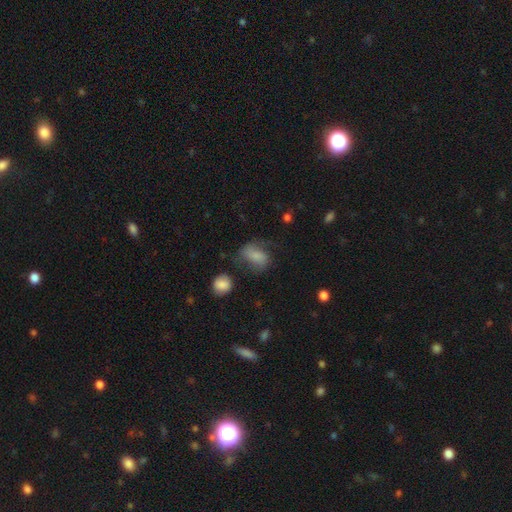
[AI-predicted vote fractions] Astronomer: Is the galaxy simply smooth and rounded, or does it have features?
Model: smooth — 57%.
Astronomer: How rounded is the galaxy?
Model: in between — 73%.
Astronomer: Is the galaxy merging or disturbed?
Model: none — 44% (runner-up: minor disturbance, 25%).